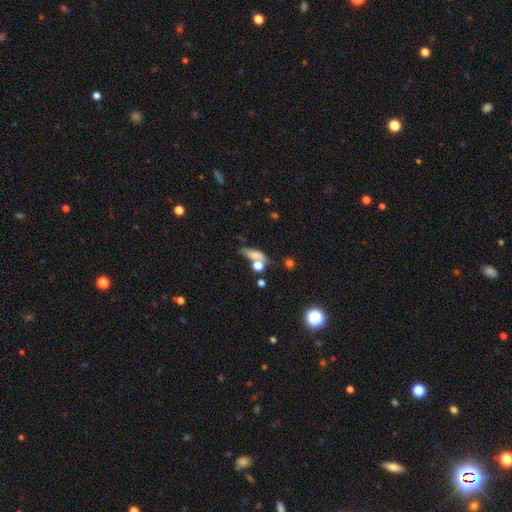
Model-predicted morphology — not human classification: Smooth or featured: smooth — 66% (featured or disk — 20%)
How rounded: in between — 48% (cigar-shaped — 34%)
Merging: none — 39% (merger — 26%)